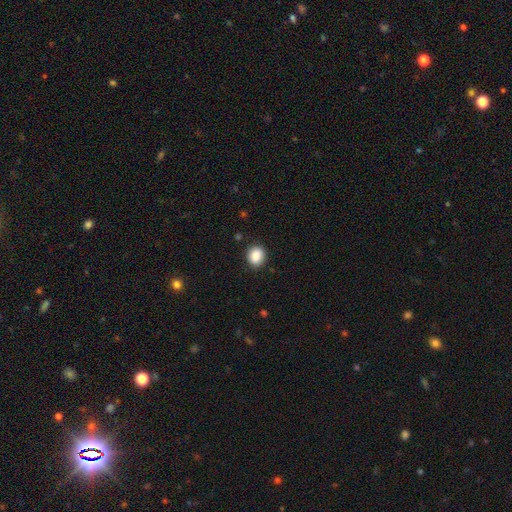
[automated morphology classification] This is clearly a smooth galaxy (87%). How rounded: likely round (68%). Merging: clearly none (89%).